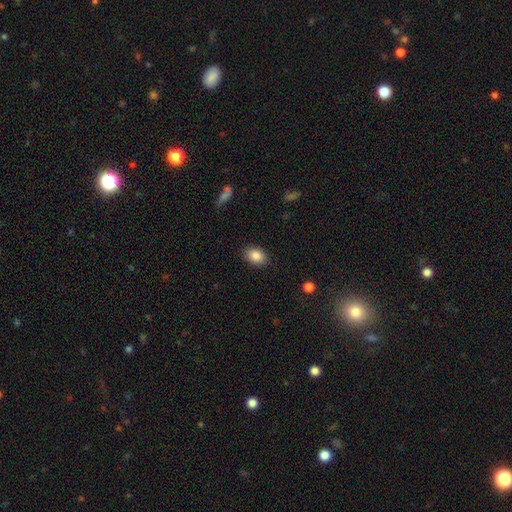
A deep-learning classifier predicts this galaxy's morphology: smooth-or-featured: smooth: 86% | star or artifact: 8% | featured or disk: 6%
  how-rounded: in between: 79% | round: 20% | cigar-shaped: 1%
  merging: none: 87% | minor disturbance: 10% | major disturbance: 2% | merger: 1%